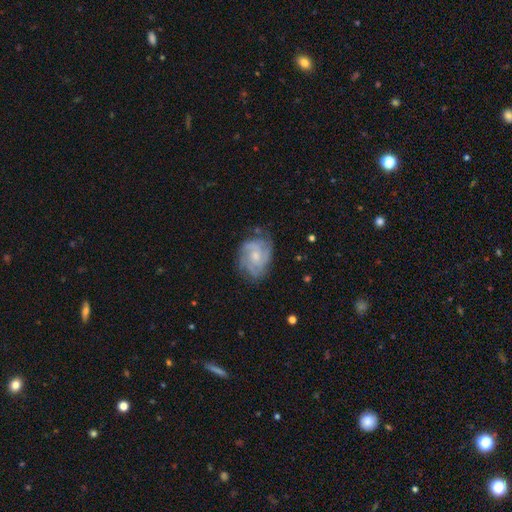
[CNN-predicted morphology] Overall: featured or disk (75%). Edge-on disk: no (97%). Bar: no (66%; weak 30%). Spiral arms: yes (91%). Spiral arm count: can't tell (33%; 3 25%). Spiral winding: tight (47%; medium 40%). Bulge size: small (47%; moderate 45%). Merging: none (66%).